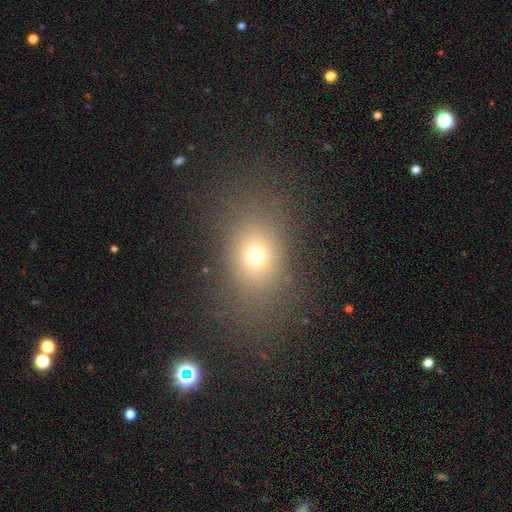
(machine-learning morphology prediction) A smooth galaxy with no disk features (67%) that is in between round and cigar-shaped (61%).

Vote fractions:
- Smooth or featured? smooth: 67% / star or artifact: 21% / featured or disk: 12%
- How rounded? in between: 61% / round: 37% / cigar-shaped: 2%
- Merging? none: 80% / minor disturbance: 11% / major disturbance: 7% / merger: 2%